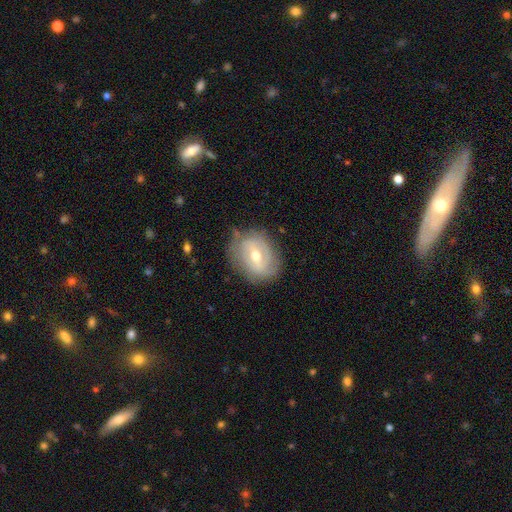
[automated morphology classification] Overall: featured or disk (69%). Edge-on disk: no (96%). Bar: weak (53%; no 24%). Spiral arms: yes (77%). Spiral arm count: 2 (48%; can't tell 33%). Spiral winding: tight (52%; medium 34%). Bulge size: moderate (65%; small 31%). Merging: none (72%).